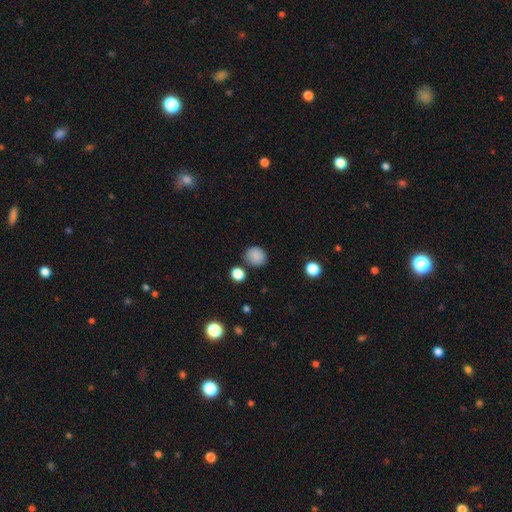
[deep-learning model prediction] Morphology: type=smooth (86%); roundness=round (82%); merging=none (82%).